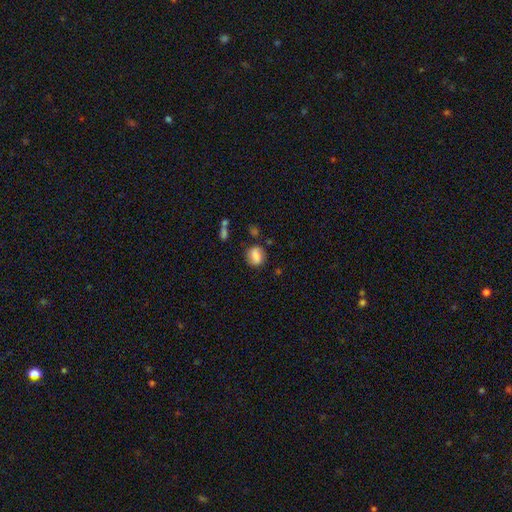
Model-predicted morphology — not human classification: smooth_or_featured: smooth (p=0.76) [alt: featured or disk p=0.15]
how_rounded: round (p=0.53) [alt: in between p=0.45]
merging: none (p=0.76) [alt: minor disturbance p=0.15]